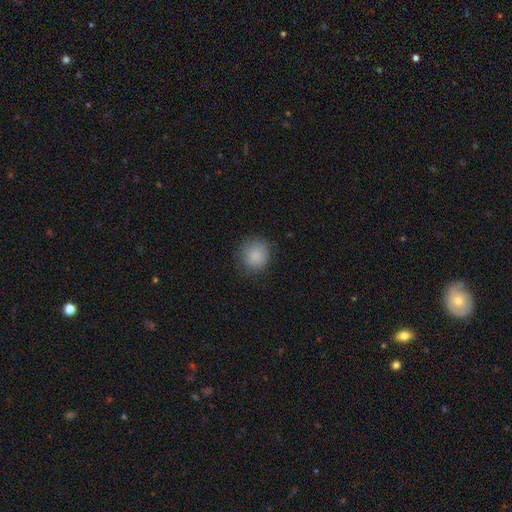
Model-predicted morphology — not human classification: A smooth galaxy with no disk features (86%) that is round (88%). Merging: none (80%).